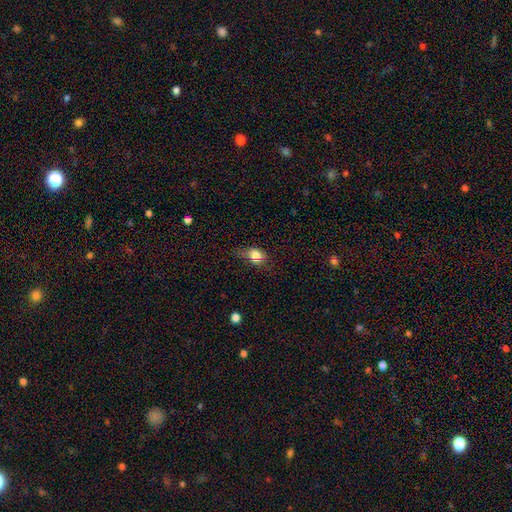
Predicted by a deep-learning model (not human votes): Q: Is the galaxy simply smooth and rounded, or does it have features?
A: smooth — 77%.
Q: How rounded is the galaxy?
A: in between — 54%.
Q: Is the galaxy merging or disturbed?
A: none — 37%.